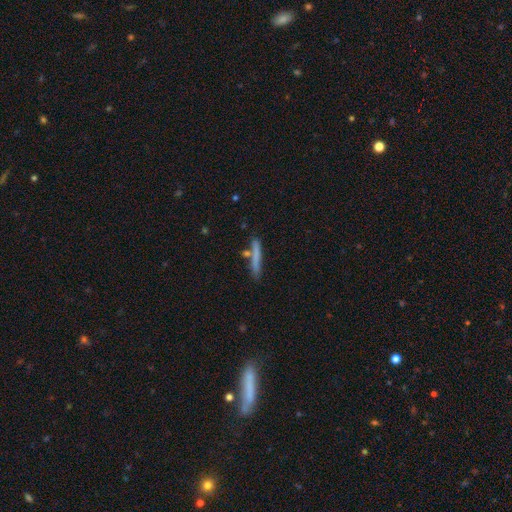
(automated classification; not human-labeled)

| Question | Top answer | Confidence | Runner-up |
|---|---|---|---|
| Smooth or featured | smooth | 70% | featured or disk (23%) |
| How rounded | cigar-shaped | 94% | in between (4%) |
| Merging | none | 77% | minor disturbance (12%) |